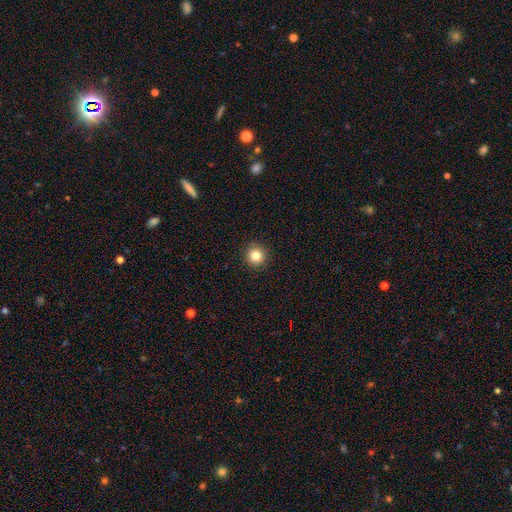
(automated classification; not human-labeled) Q: Smooth or featured?
A: smooth (83%); runner-up: star or artifact (11%)
Q: How rounded?
A: round (95%); runner-up: in between (5%)
Q: Merging?
A: none (93%); runner-up: minor disturbance (5%)